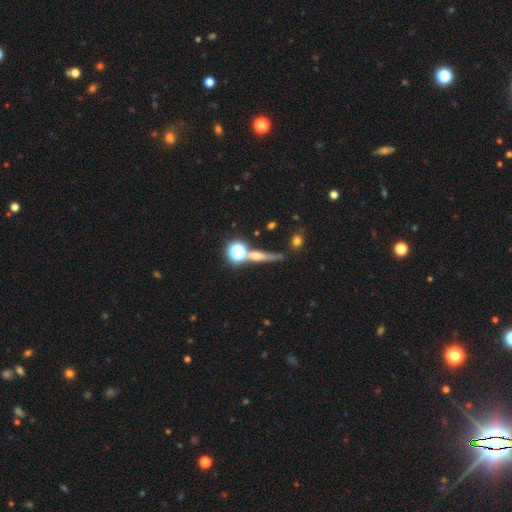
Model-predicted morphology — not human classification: Smooth or featured? featured or disk (39%)
Merging? none (71%)